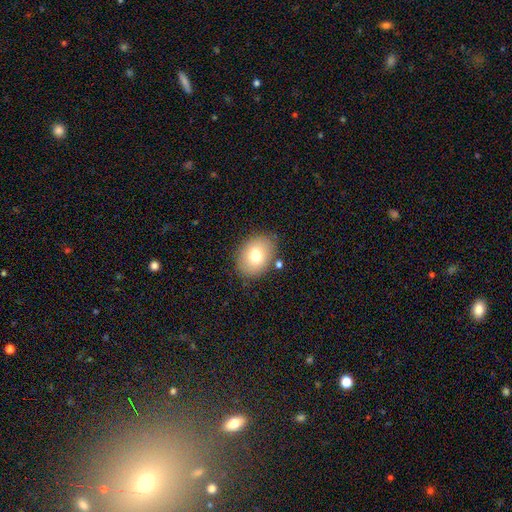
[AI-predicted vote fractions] Smooth or featured: smooth — 75% (featured or disk — 15%)
How rounded: in between — 65% (round — 34%)
Merging: none — 83% (minor disturbance — 11%)